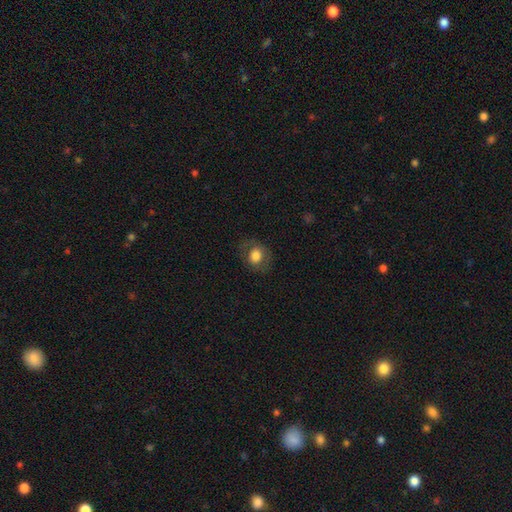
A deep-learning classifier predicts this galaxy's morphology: Smooth or featured: smooth — 72% (featured or disk — 19%)
How rounded: round — 60% (in between — 39%)
Merging: none — 76% (minor disturbance — 15%)